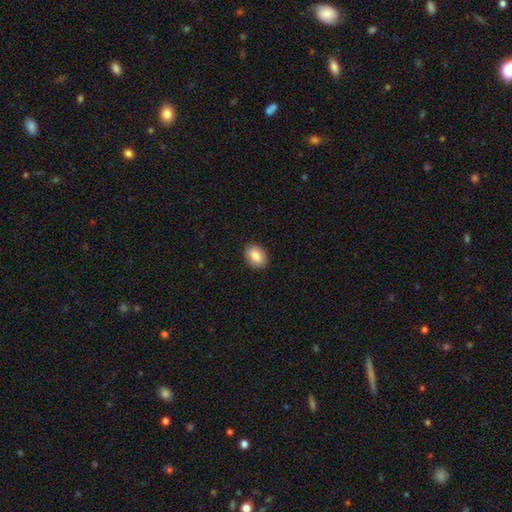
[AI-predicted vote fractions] smooth-or-featured: smooth: 85% | featured or disk: 8% | star or artifact: 7%
  how-rounded: in between: 79% | round: 19% | cigar-shaped: 1%
  merging: none: 89% | minor disturbance: 8% | major disturbance: 2% | merger: 1%